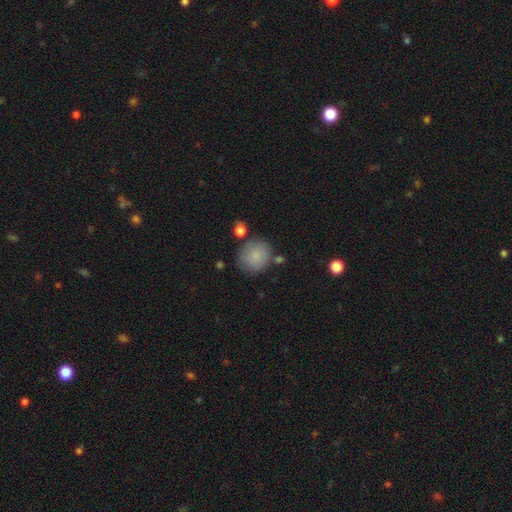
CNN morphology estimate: Q: Smooth or featured?
A: smooth (83%); runner-up: featured or disk (10%)
Q: How rounded?
A: round (84%); runner-up: in between (15%)
Q: Merging?
A: none (72%); runner-up: minor disturbance (17%)